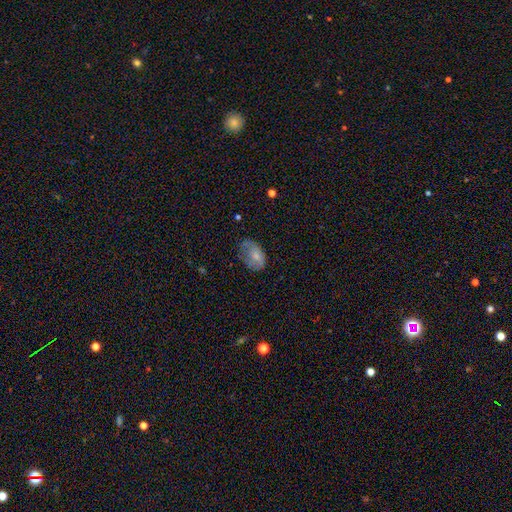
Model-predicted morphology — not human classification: This is likely a smooth galaxy (68%). How rounded: clearly in between (85%). Merging: marginally none (43%).